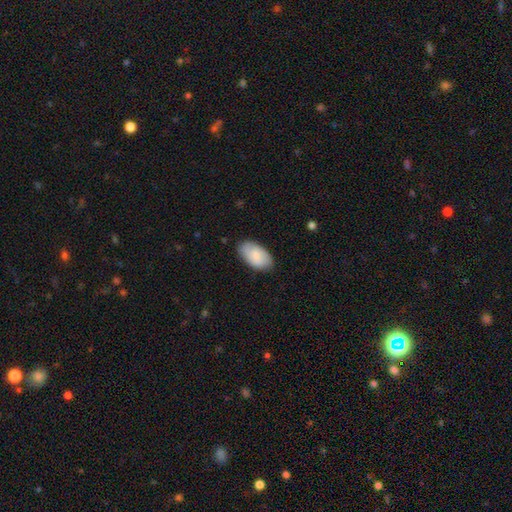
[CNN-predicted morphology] Smooth or featured: smooth — 83% (featured or disk — 12%)
How rounded: in between — 95% (round — 3%)
Merging: none — 78% (minor disturbance — 18%)